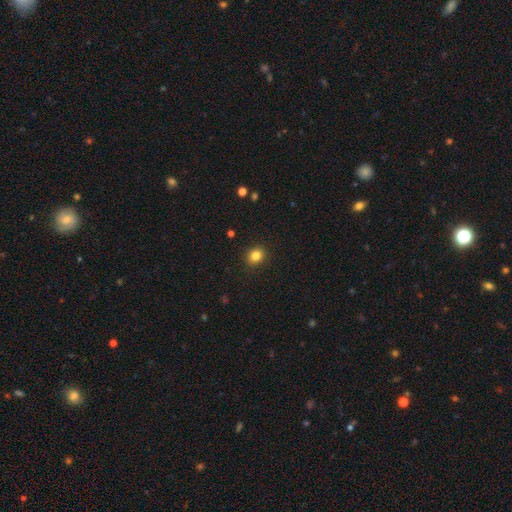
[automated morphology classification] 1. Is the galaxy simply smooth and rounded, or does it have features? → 83% smooth, 11% star or artifact, 5% featured or disk.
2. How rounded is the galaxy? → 68% round, 31% in between, 1% cigar-shaped.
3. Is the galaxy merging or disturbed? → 90% none, 7% minor disturbance, 2% major disturbance, 1% merger.